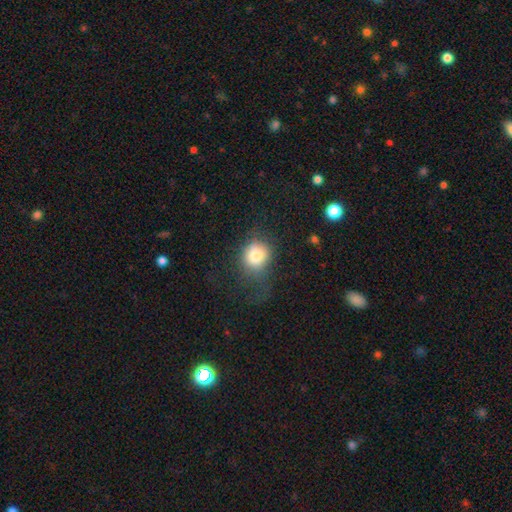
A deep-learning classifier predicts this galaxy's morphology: A smooth galaxy with no disk features (78%) that is round (73%). Merging: none (53%).